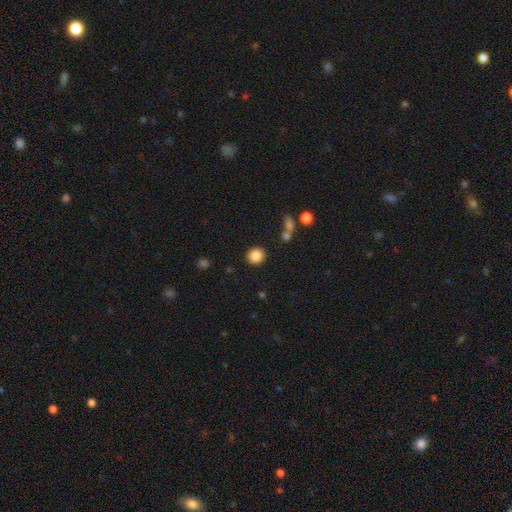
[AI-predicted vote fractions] Smooth or featured? smooth (86%)
How rounded? round (85%)
Merging? none (88%)